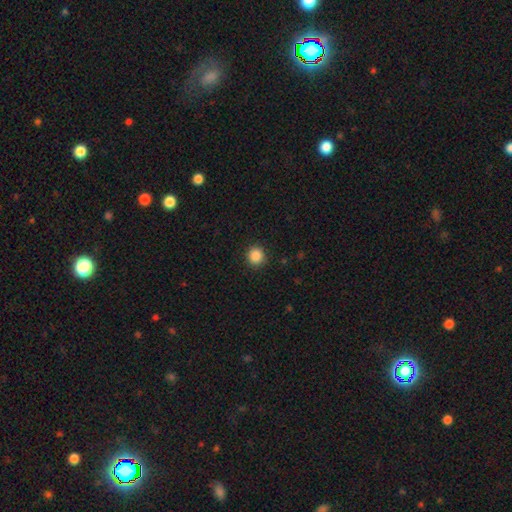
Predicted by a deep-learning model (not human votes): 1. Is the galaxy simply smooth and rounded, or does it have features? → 87% smooth, 10% star or artifact, 3% featured or disk.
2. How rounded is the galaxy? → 93% round, 6% in between, 1% cigar-shaped.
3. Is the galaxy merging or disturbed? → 91% none, 6% minor disturbance, 2% major disturbance, 1% merger.